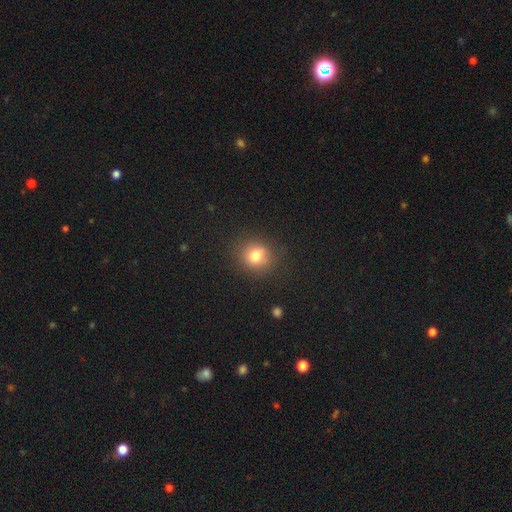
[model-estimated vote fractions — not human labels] Morphology: type=smooth (77%); roundness=round (79%); merging=none (84%).